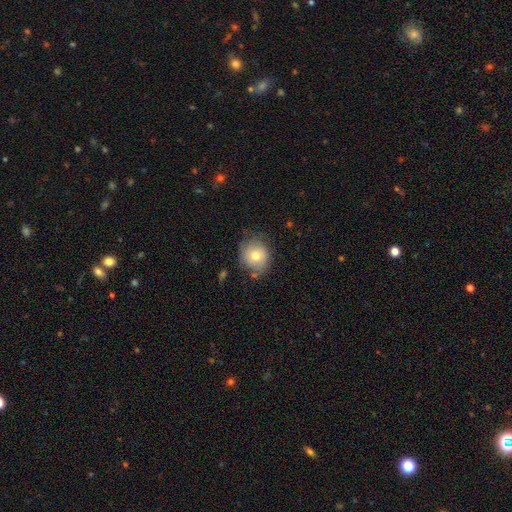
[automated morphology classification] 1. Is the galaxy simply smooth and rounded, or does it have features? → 68% smooth, 23% featured or disk, 9% star or artifact.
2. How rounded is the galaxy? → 80% round, 19% in between, 1% cigar-shaped.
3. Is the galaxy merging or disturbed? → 69% none, 22% minor disturbance, 6% major disturbance, 3% merger.